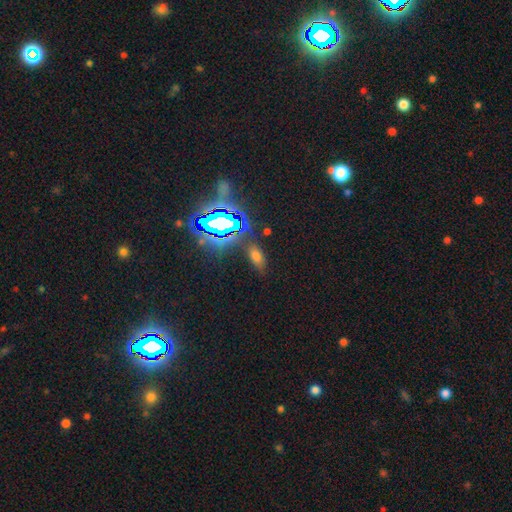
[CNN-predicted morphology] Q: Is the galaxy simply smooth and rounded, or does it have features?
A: smooth — 56%.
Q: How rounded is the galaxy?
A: in between — 85%.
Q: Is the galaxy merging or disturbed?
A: none — 78%.